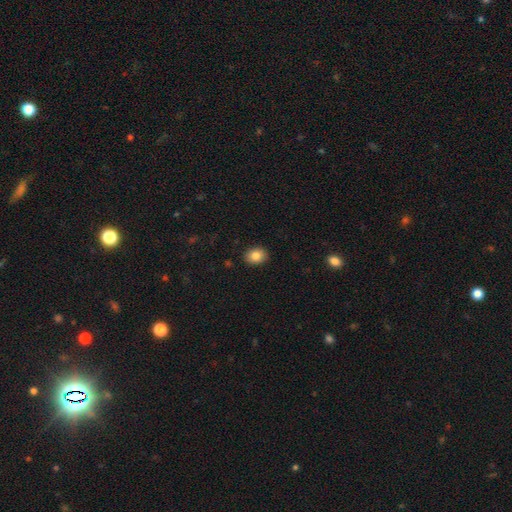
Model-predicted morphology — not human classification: Overall: smooth (84%). How rounded: in between (57%; round 42%). Merging: none (89%).